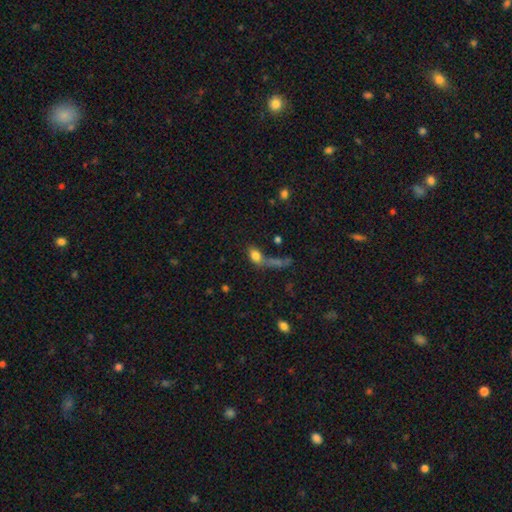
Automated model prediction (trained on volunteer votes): A smooth galaxy with no disk features (77%) that is in between round and cigar-shaped (74%). Merging: none (36%).